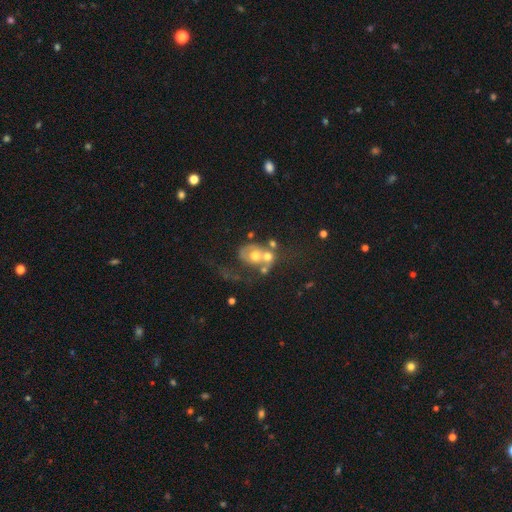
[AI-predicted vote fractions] This is possibly a featured or disk galaxy (49%). Merging: possibly merger (50%).